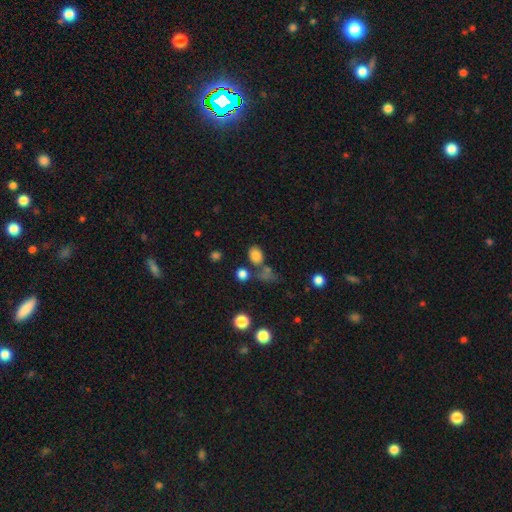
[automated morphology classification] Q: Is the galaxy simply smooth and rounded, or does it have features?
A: smooth — 80%.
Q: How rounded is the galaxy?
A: in between — 63%.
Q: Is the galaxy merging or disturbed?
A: none — 63%.